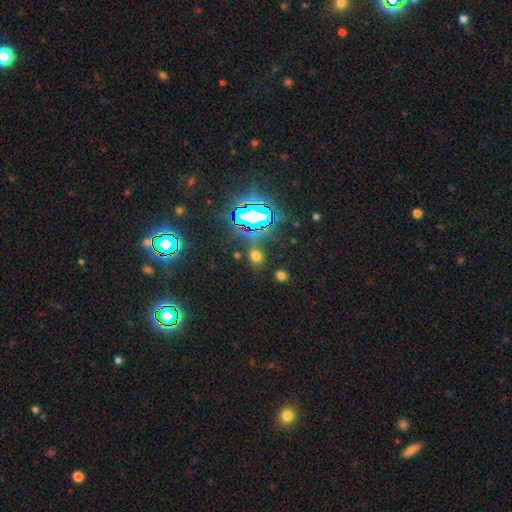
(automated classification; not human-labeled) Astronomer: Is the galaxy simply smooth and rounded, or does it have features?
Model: smooth — 52% (runner-up: star or artifact, 40%).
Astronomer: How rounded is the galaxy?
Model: round — 60% (runner-up: in between, 38%).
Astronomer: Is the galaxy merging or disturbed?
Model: none — 80%.